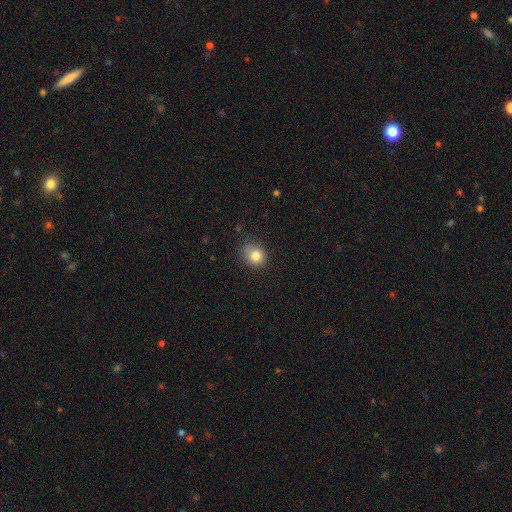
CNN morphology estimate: Smooth or featured: smooth — 81% (star or artifact — 11%)
How rounded: round — 72% (in between — 27%)
Merging: none — 68% (minor disturbance — 24%)